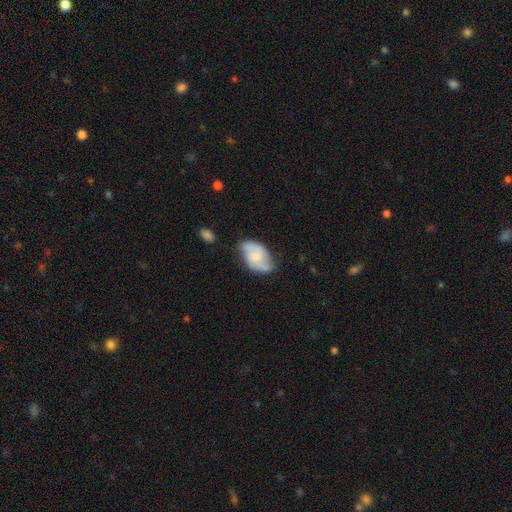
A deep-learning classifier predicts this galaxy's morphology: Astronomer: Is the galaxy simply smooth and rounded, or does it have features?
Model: featured or disk — 58% (runner-up: smooth, 35%).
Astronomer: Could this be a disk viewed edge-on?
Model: no — 96%.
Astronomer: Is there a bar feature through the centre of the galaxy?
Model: no — 62%.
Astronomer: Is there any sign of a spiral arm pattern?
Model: yes — 85%.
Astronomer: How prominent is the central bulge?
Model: small — 47% (runner-up: moderate, 33%).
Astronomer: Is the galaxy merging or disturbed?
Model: none — 57%.